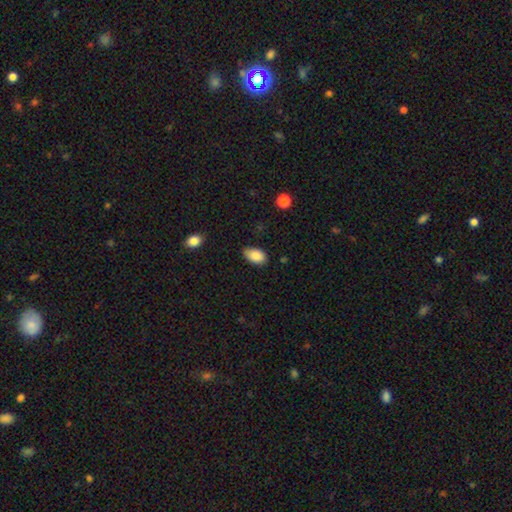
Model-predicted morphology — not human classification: Q: Smooth or featured?
A: smooth (87%); runner-up: star or artifact (7%)
Q: How rounded?
A: in between (91%); runner-up: round (7%)
Q: Merging?
A: none (73%); runner-up: minor disturbance (23%)